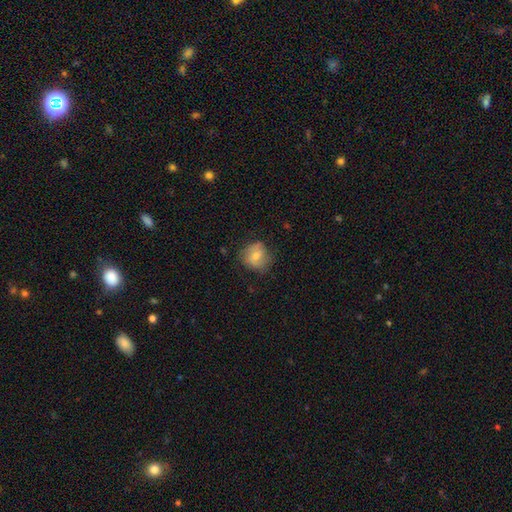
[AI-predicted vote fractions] smooth_or_featured: smooth (p=0.68) [alt: featured or disk p=0.24]
how_rounded: round (p=0.76) [alt: in between p=0.23]
merging: none (p=0.66) [alt: minor disturbance p=0.25]